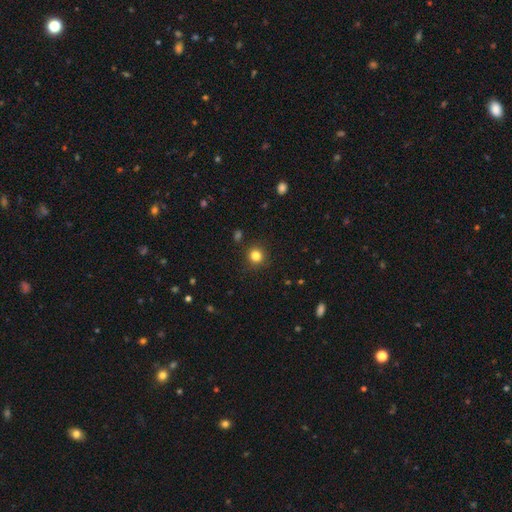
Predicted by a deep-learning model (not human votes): A smooth galaxy with no disk features (82%) that is round (92%).

Vote fractions:
- Smooth or featured? smooth: 82% / star or artifact: 13% / featured or disk: 5%
- How rounded? round: 92% / in between: 7% / cigar-shaped: 1%
- Merging? none: 90% / minor disturbance: 6% / major disturbance: 2% / merger: 1%